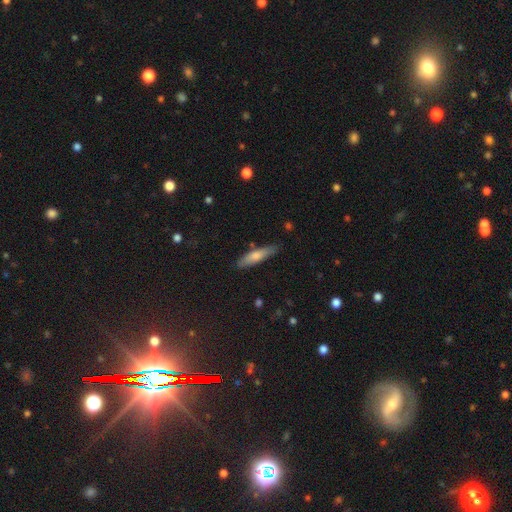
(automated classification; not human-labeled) smooth_or_featured: smooth (p=0.70) [alt: featured or disk p=0.24]
how_rounded: cigar-shaped (p=0.74) [alt: in between p=0.24]
merging: none (p=0.81) [alt: minor disturbance p=0.14]